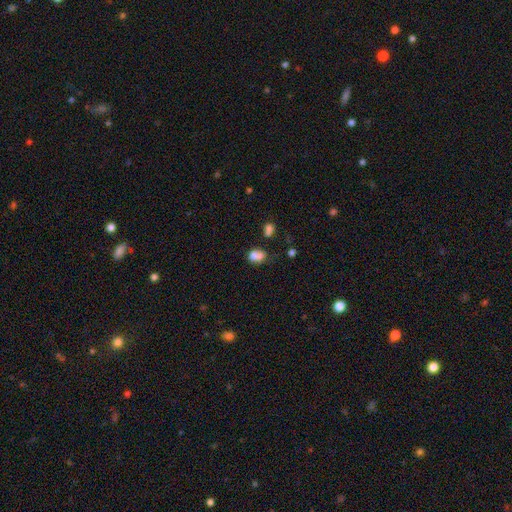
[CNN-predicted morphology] Smooth or featured? Predicted: smooth (p=0.72). How rounded? Predicted: in between (p=0.53). Merging? Predicted: merger (p=0.48).